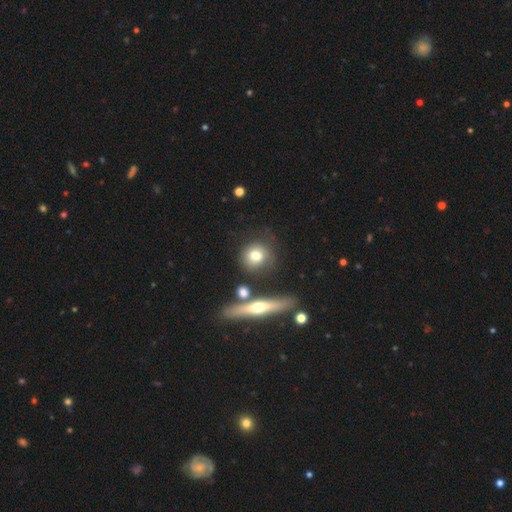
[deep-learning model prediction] This appears to be a smooth galaxy with no disk features (73%) that is round (82%). Merging: none (70%).